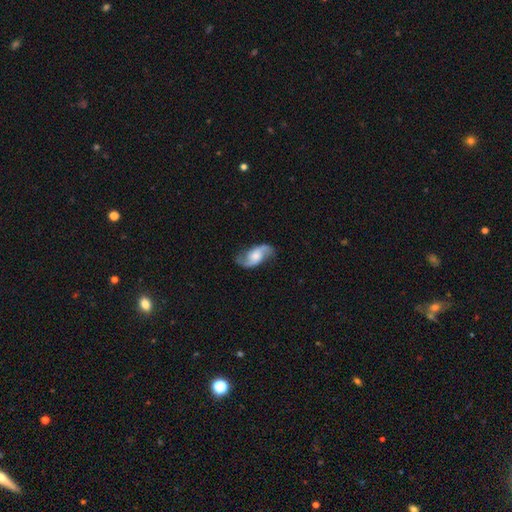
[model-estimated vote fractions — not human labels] Smooth or featured: featured or disk — 79% (smooth — 15%)
Edge-on disk: no — 96% (yes — 4%)
Bar: no — 58% (weak — 33%)
Spiral arms: yes — 96% (no — 4%)
Spiral winding: loose — 55% (medium — 35%)
Spiral arm count: 2 — 93% (can't tell — 3%)
Bulge size: moderate — 39% (small — 27%)
Merging: none — 77% (minor disturbance — 15%)